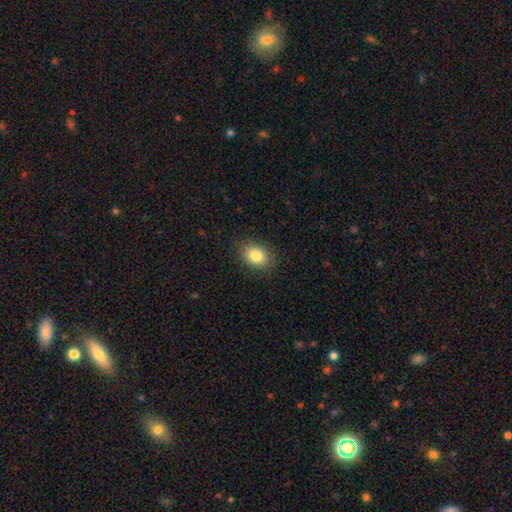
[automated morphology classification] The model was most divided on "how rounded": in between: 64%, round: 35%, cigar-shaped: 1%. More confident: merging — none (86%); smooth or featured — smooth (84%).